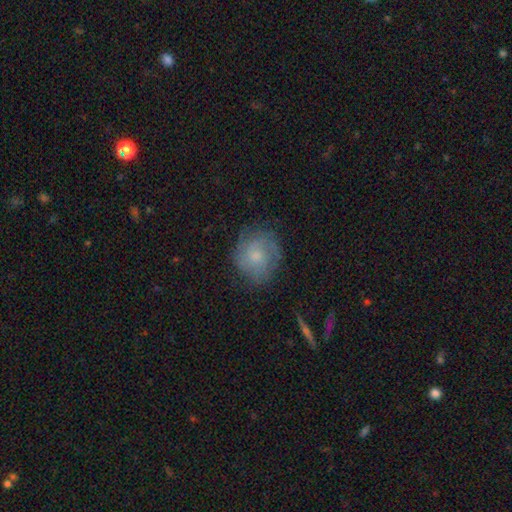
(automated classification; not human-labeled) Smooth or featured: smooth — 46% (featured or disk — 45%)
Merging: none — 71% (minor disturbance — 20%)